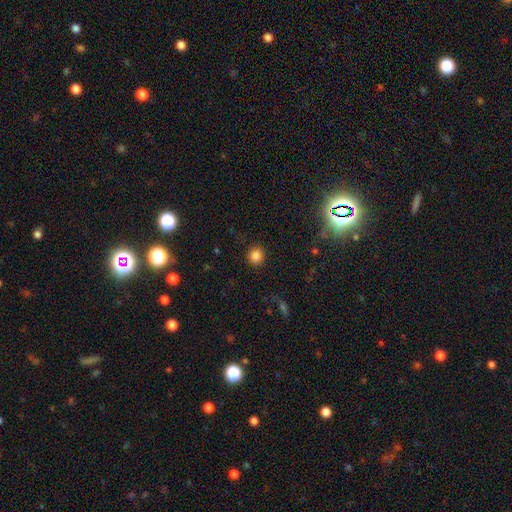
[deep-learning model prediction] Smooth or featured? smooth (84%)
How rounded? round (89%)
Merging? none (90%)